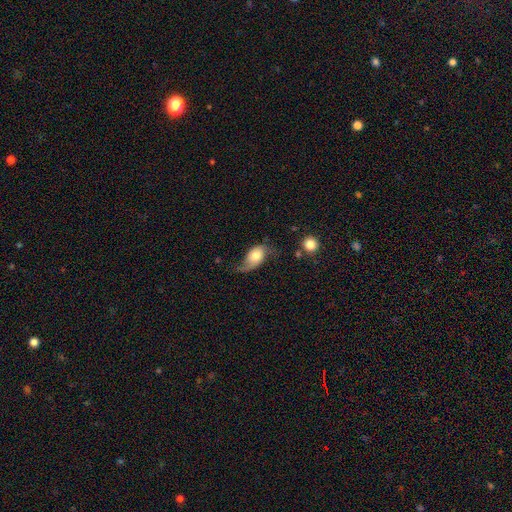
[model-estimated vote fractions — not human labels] Morphology: type=featured or disk (47%); merging=none (34%).